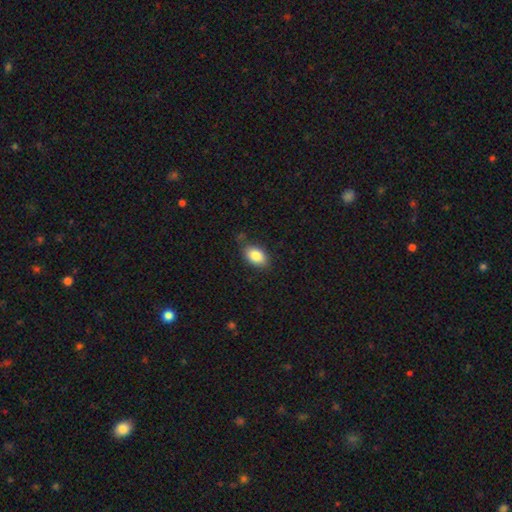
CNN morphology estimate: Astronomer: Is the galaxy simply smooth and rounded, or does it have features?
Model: smooth — 85%.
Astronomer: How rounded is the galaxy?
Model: in between — 89%.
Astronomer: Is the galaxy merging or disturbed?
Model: none — 77%.